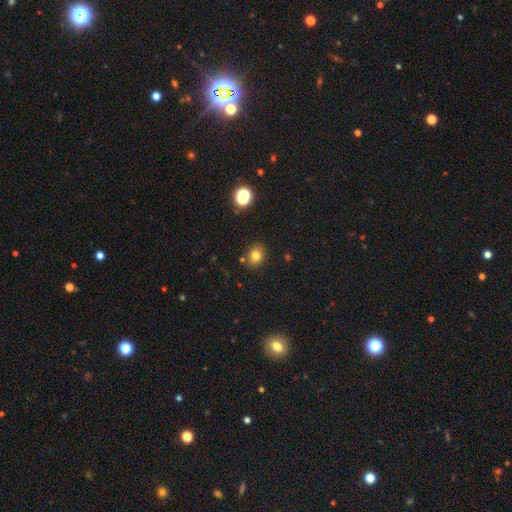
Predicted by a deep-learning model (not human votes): Morphology: type=smooth (77%); roundness=round (64%); merging=none (82%).